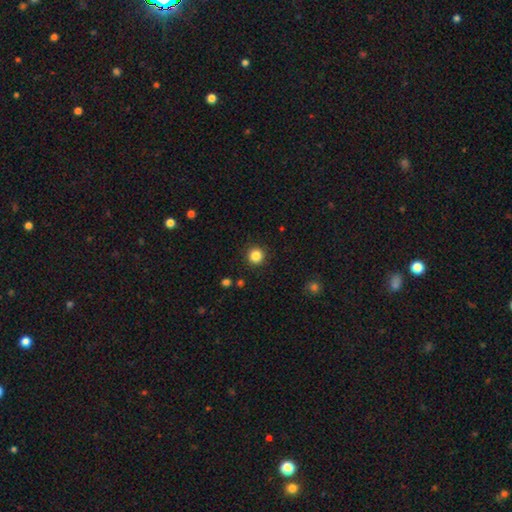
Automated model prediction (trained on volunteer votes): Morphology: type=smooth (85%); roundness=round (95%); merging=none (92%).